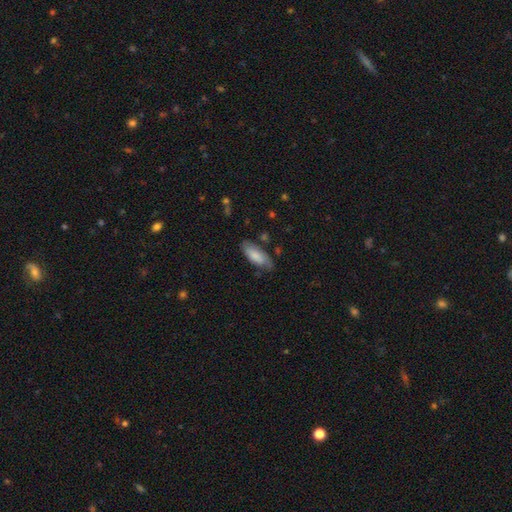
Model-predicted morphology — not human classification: This appears to be a smooth galaxy with no disk features (78%) that is in between round and cigar-shaped (77%). Merging: none (70%).